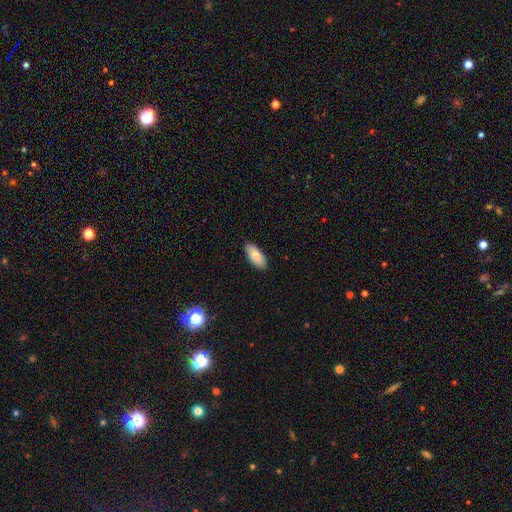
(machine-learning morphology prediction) The model was most divided on "how rounded": in between: 88%, cigar-shaped: 11%, round: 2%. More confident: merging — none (88%); smooth or featured — smooth (86%).